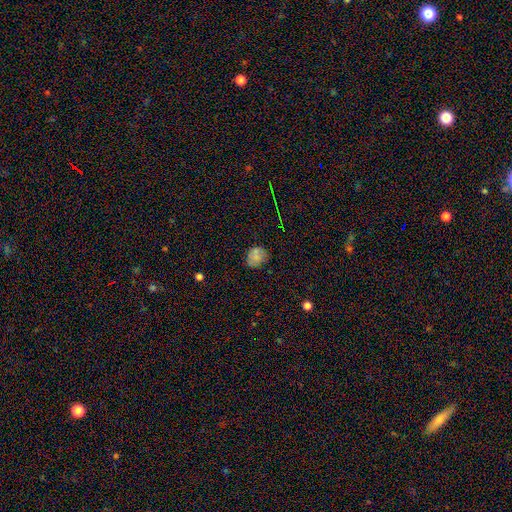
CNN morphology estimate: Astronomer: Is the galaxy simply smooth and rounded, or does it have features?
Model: smooth — 73%.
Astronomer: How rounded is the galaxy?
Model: round — 53% (runner-up: in between, 46%).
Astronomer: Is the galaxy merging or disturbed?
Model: none — 73%.